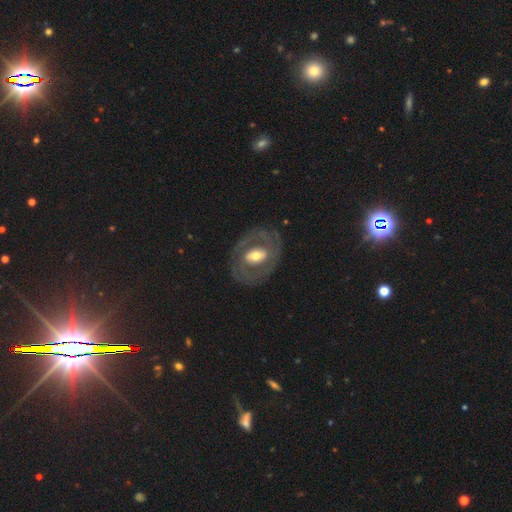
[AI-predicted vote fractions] Smooth or featured? Predicted: featured or disk (p=0.72). Edge-on disk? Predicted: no (p=0.94). Bar? Predicted: weak (p=0.35, tied with no). Spiral arms? Predicted: yes (p=0.57). Bulge size? Predicted: moderate (p=0.60). Merging? Predicted: none (p=0.76).